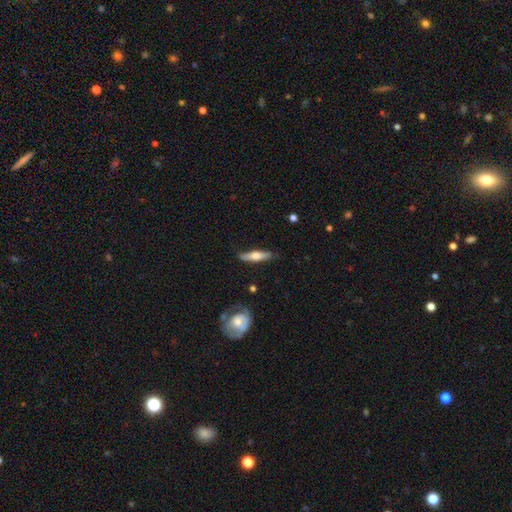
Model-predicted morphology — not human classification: Smooth or featured: smooth — 50% (featured or disk — 44%)
How rounded: cigar-shaped — 77% (in between — 21%)
Merging: none — 82% (minor disturbance — 14%)